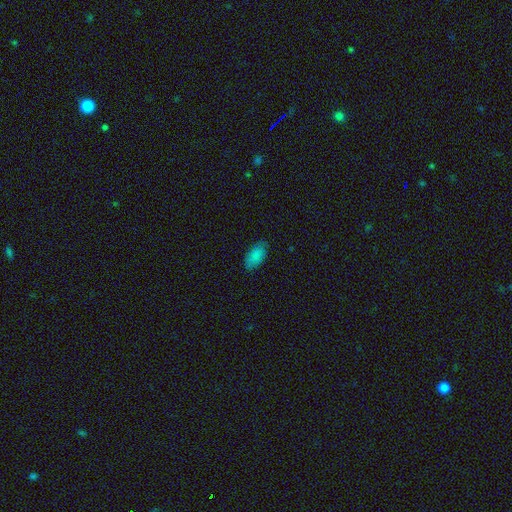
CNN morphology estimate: The model was most divided on "merging": none: 81%, minor disturbance: 15%, major disturbance: 3%, merger: 1%. More confident: how rounded — in between (93%); smooth or featured — smooth (86%).